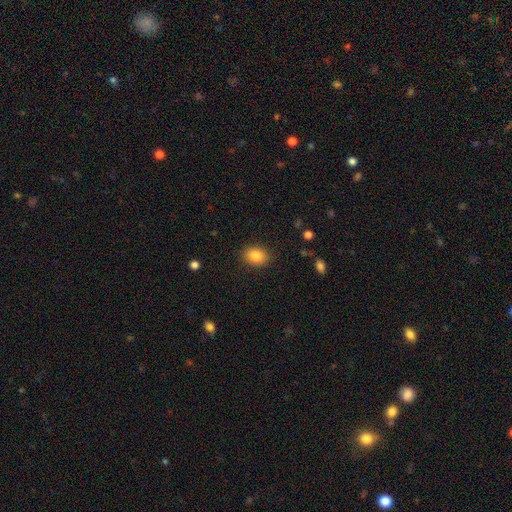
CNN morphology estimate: type=smooth (85%); roundness=in between (68%); merging=none (88%).